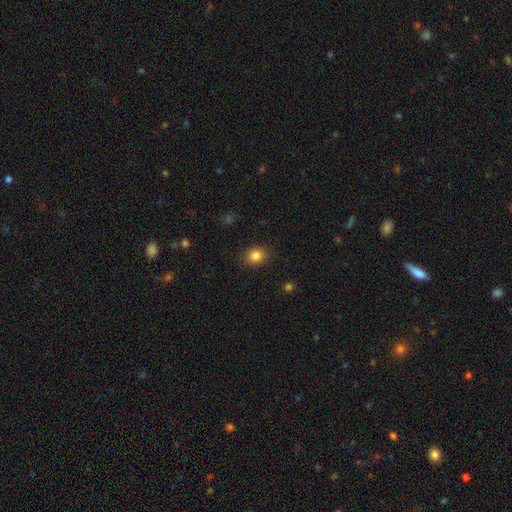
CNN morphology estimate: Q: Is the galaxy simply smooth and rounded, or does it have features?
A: smooth — 84%.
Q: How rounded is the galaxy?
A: round — 60%.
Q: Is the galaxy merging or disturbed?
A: none — 87%.